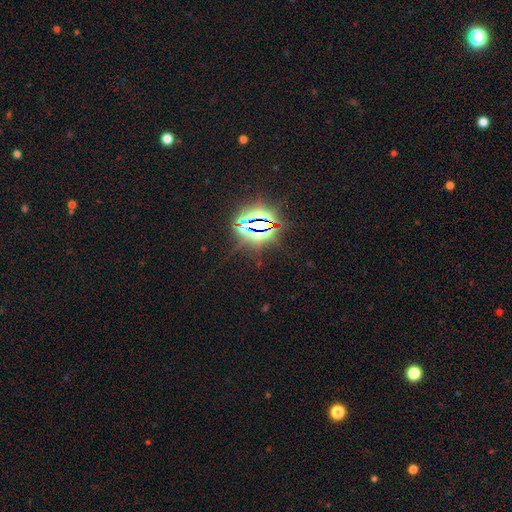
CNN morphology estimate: This is clearly a star or artifact rather than a galaxy (83%).